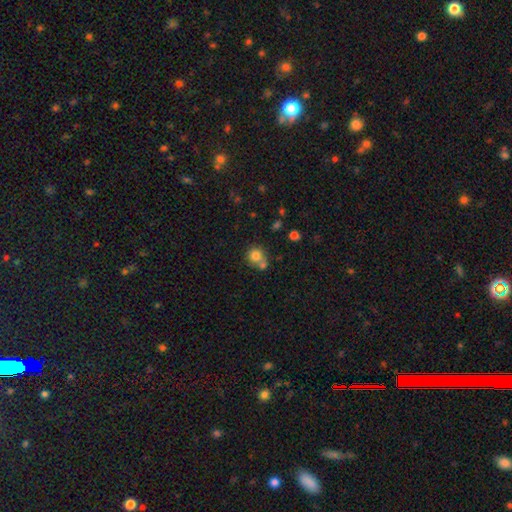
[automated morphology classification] type=smooth (79%); roundness=round (85%); merging=none (47%).